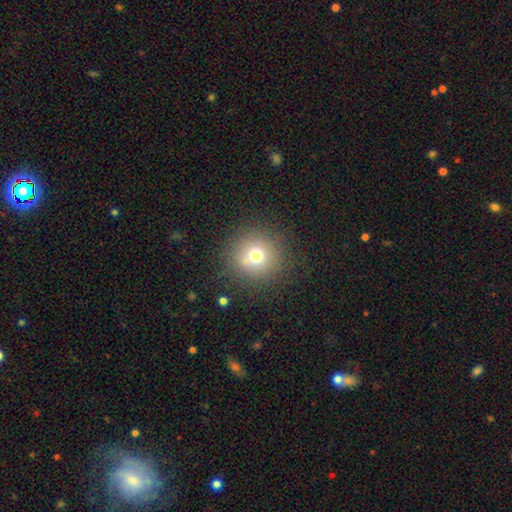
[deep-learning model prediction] smooth-or-featured: smooth: 71% | star or artifact: 17% | featured or disk: 12%
  how-rounded: round: 94% | in between: 5% | cigar-shaped: 1%
  merging: none: 85% | minor disturbance: 9% | major disturbance: 4% | merger: 2%